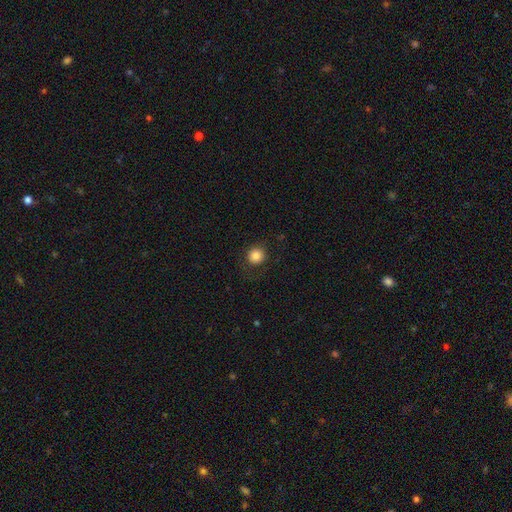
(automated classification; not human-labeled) Morphology: type=smooth (84%); roundness=round (91%); merging=none (83%).